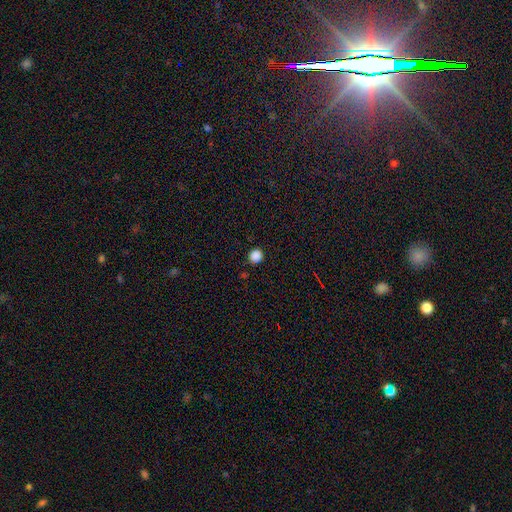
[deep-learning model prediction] Morphology: type=smooth (86%); roundness=round (90%); merging=none (91%).